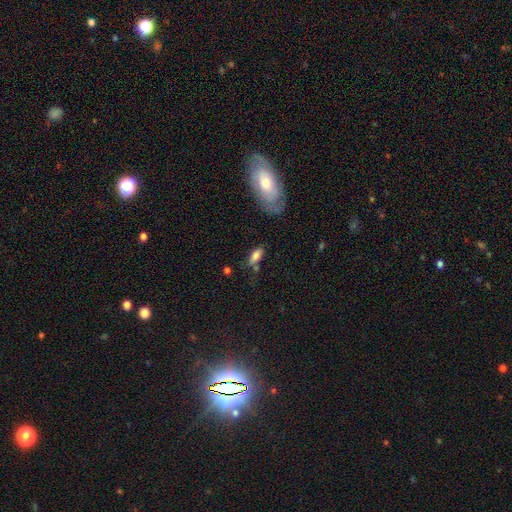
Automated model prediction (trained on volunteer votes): Q: Smooth or featured?
A: smooth (77%); runner-up: featured or disk (15%)
Q: How rounded?
A: in between (81%); runner-up: cigar-shaped (16%)
Q: Merging?
A: none (59%); runner-up: minor disturbance (22%)